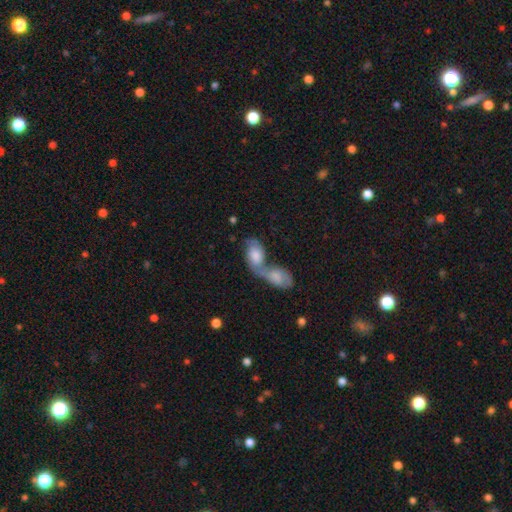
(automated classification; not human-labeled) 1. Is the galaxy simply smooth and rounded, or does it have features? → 49% smooth, 43% featured or disk, 8% star or artifact.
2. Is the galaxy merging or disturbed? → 77% merger, 13% none, 5% minor disturbance, 5% major disturbance.